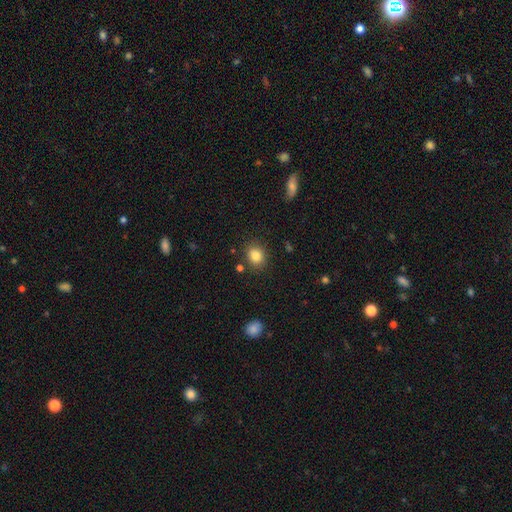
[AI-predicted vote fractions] A smooth galaxy with no disk features (83%) that is round (67%).

Vote fractions:
- Smooth or featured? smooth: 83% / star or artifact: 11% / featured or disk: 6%
- How rounded? round: 67% / in between: 32% / cigar-shaped: 1%
- Merging? none: 84% / minor disturbance: 10% / merger: 3% / major disturbance: 3%